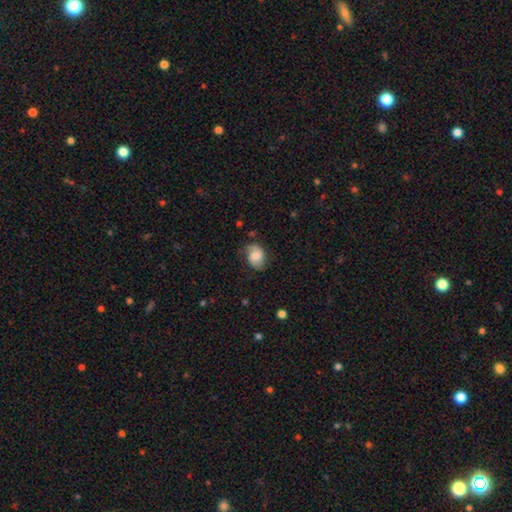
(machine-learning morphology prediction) A smooth galaxy with no disk features (58%) that is in between round and cigar-shaped (71%). Merging: none (63%).